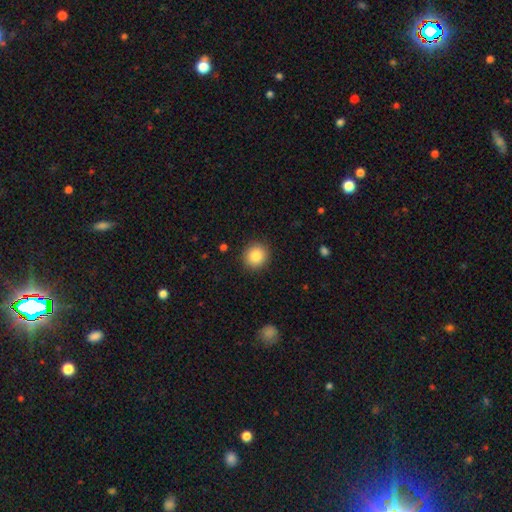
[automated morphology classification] A smooth galaxy with no disk features (86%) that is round (90%).

Vote fractions:
- Smooth or featured? smooth: 86% / star or artifact: 9% / featured or disk: 5%
- How rounded? round: 90% / in between: 9% / cigar-shaped: 1%
- Merging? none: 91% / minor disturbance: 6% / major disturbance: 2% / merger: 1%